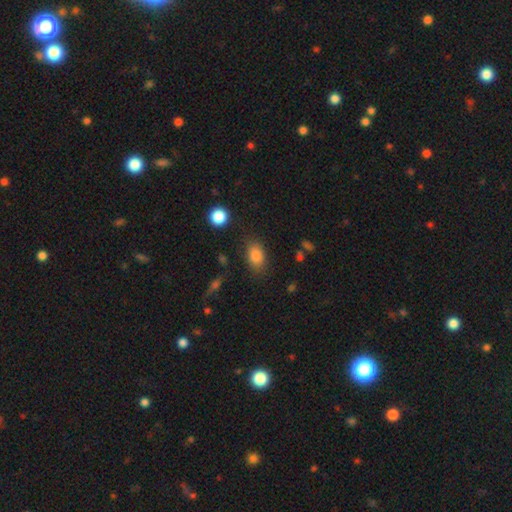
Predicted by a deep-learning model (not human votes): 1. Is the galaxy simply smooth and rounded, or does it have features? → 84% smooth, 9% star or artifact, 7% featured or disk.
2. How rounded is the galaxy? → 83% in between, 15% round, 2% cigar-shaped.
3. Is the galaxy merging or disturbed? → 78% none, 15% minor disturbance, 5% major disturbance, 2% merger.